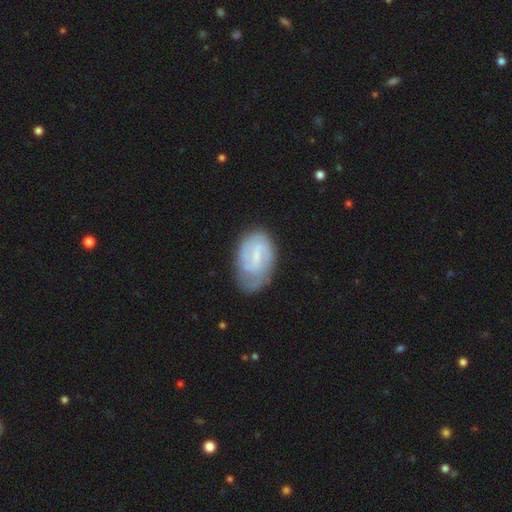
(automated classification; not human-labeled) smooth_or_featured: featured or disk (p=0.68) [alt: smooth p=0.25]
disk_edge_on: no (p=0.97) [alt: yes p=0.03]
bar: weak (p=0.57) [alt: strong p=0.23]
has_spiral_arms: yes (p=0.84) [alt: no p=0.16]
spiral_winding: tight (p=0.42) [alt: medium p=0.39]
spiral_arm_count: 2 (p=0.54) [alt: can't tell p=0.29]
bulge_size: small (p=0.49) [alt: none p=0.31]
merging: none (p=0.57) [alt: minor disturbance p=0.29]